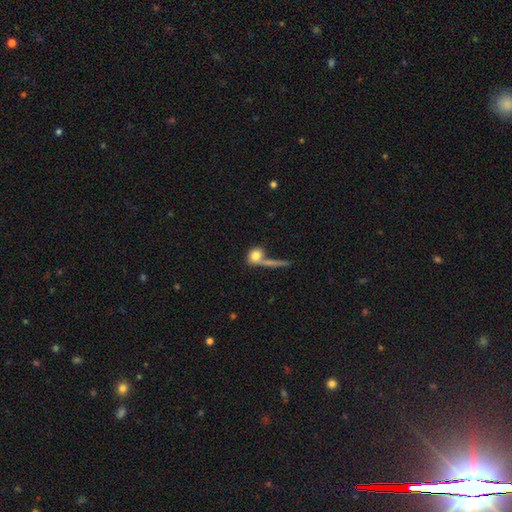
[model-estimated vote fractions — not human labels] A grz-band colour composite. It shows a smooth galaxy with no disk features (75%) that is round (51%). Merging: none (42%).